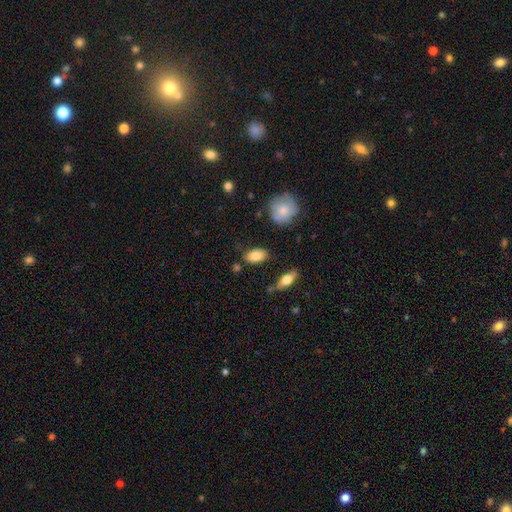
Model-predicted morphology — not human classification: smooth-or-featured: smooth: 82% | featured or disk: 10% | star or artifact: 7%
  how-rounded: in between: 90% | round: 6% | cigar-shaped: 4%
  merging: none: 79% | minor disturbance: 14% | merger: 3% | major disturbance: 3%